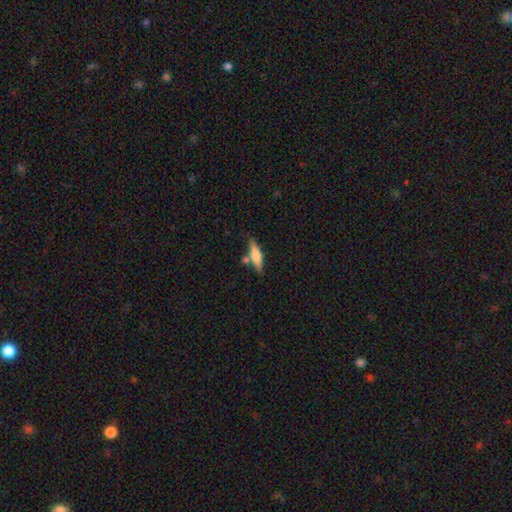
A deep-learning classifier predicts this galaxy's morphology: Smooth or featured? Predicted: smooth (p=0.63). How rounded? Predicted: cigar-shaped (p=0.64). Merging? Predicted: none (p=0.69).